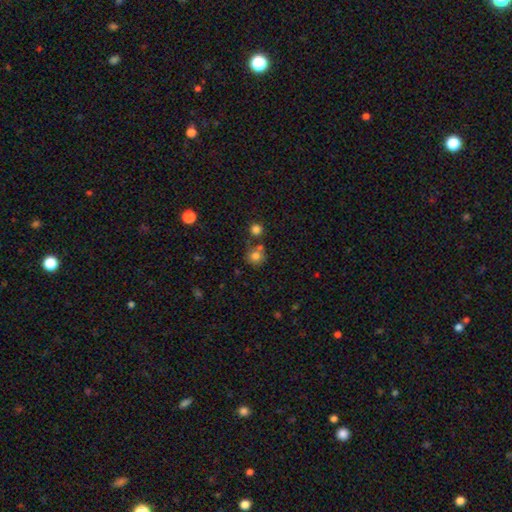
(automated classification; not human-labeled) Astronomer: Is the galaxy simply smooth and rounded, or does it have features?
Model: smooth — 78%.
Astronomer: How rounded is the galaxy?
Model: round — 88%.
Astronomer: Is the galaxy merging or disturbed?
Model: none — 62%.